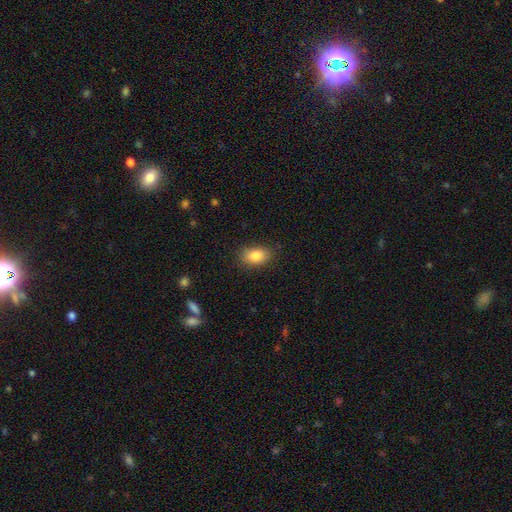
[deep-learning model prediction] Overall: smooth (86%). How rounded: in between (87%). Merging: none (82%).